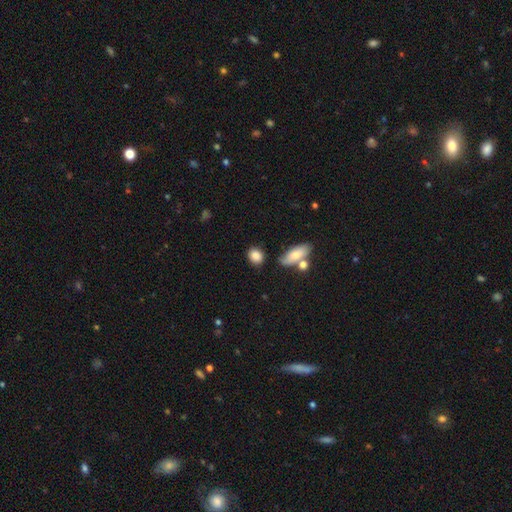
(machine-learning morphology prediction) smooth-or-featured: smooth: 86% | star or artifact: 8% | featured or disk: 6%
  how-rounded: in between: 51% | round: 46% | cigar-shaped: 3%
  merging: none: 73% | minor disturbance: 15% | merger: 7% | major disturbance: 4%